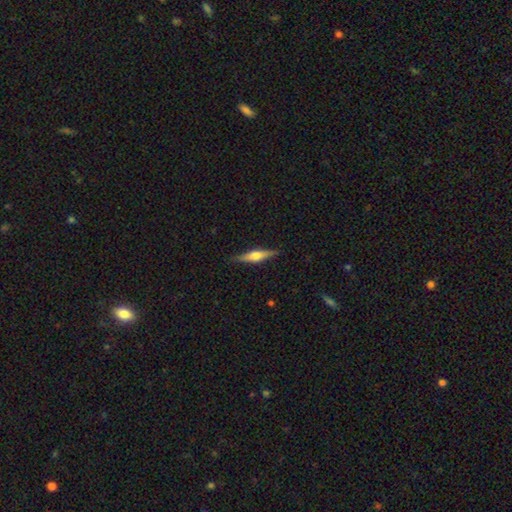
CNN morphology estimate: The model was most divided on "smooth or featured": featured or disk: 64%, smooth: 30%, star or artifact: 6%. More confident: edge-on disk — yes (97%); merging — none (88%); edge-on bulge — rounded (88%).